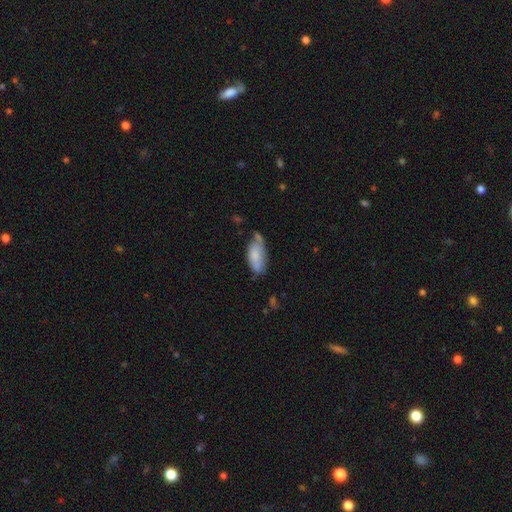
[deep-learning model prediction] smooth 73%, featured or disk 20%, star or artifact 7%. Down the decision tree: how rounded — in between (88%); merging — none (43%).